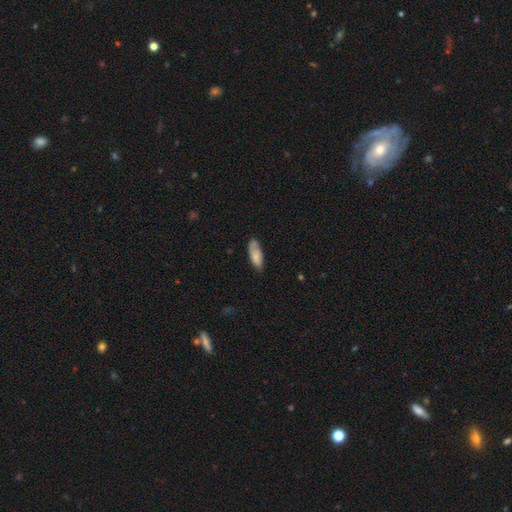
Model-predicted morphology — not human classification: smooth 75%, featured or disk 18%, star or artifact 7%. Down the decision tree: how rounded — in between (73%); merging — none (59%).